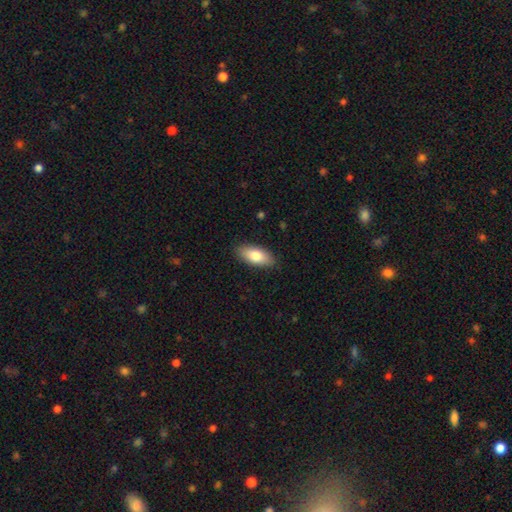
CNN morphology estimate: smooth 78%, featured or disk 15%, star or artifact 6%. Down the decision tree: how rounded — in between (86%); merging — none (88%).